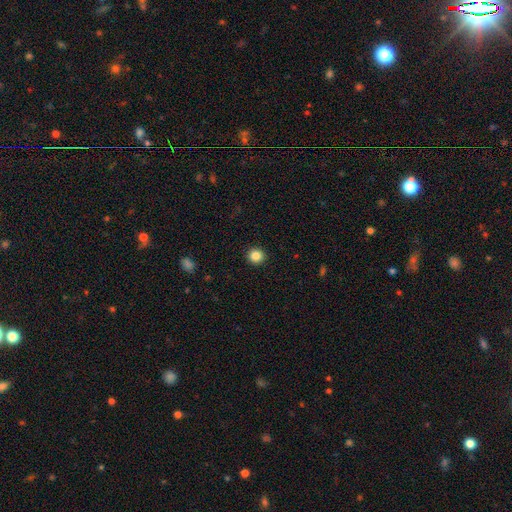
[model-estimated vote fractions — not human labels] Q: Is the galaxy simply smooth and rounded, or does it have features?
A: smooth — 86%.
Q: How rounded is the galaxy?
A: round — 93%.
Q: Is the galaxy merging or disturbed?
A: none — 93%.